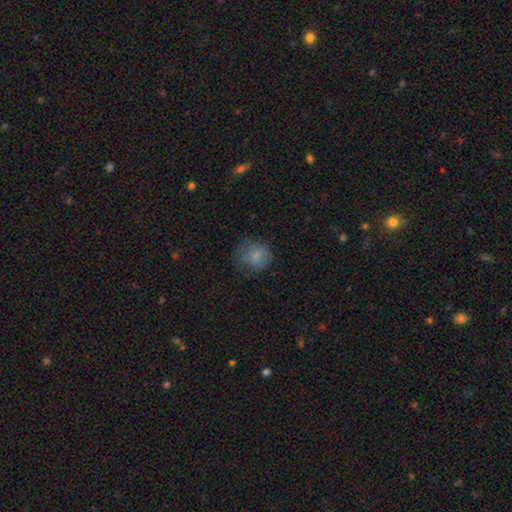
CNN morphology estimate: The model was most divided on "merging": none: 64%, minor disturbance: 24%, major disturbance: 11%, merger: 1%. More confident: how rounded — round (81%); smooth or featured — smooth (77%).